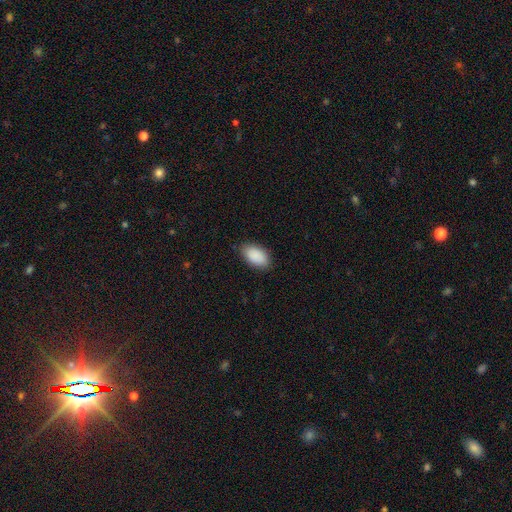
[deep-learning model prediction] Smooth or featured?
  - smooth: 91% *
  - star or artifact: 6%
  - featured or disk: 3%
How rounded?
  - in between: 95% *
  - round: 3%
  - cigar-shaped: 2%
Merging?
  - none: 84% *
  - minor disturbance: 13%
  - major disturbance: 2%
  - merger: 1%